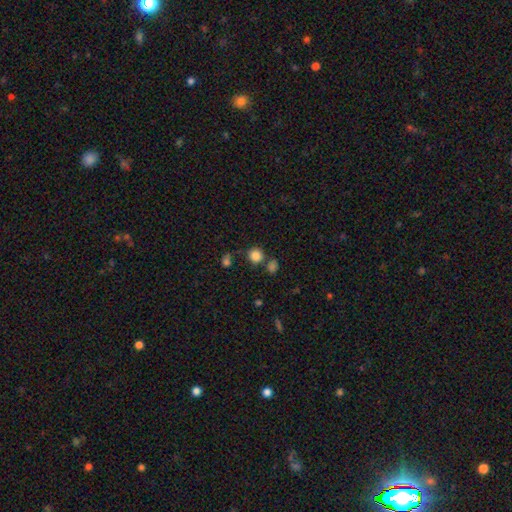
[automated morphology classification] Smooth or featured: smooth — 83% (star or artifact — 12%)
How rounded: round — 90% (in between — 9%)
Merging: none — 73% (merger — 14%)